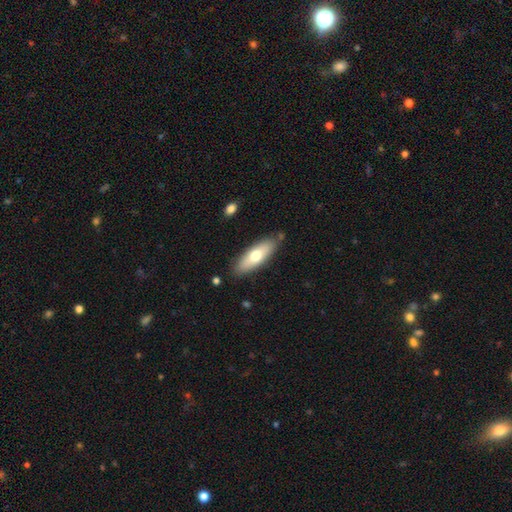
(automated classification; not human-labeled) Overall: smooth (65%; featured or disk 29%). How rounded: in between (59%; cigar-shaped 39%). Merging: none (83%).